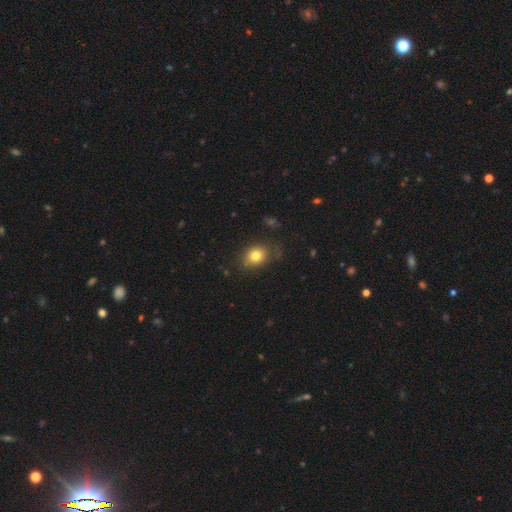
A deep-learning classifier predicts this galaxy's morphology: This is clearly a smooth galaxy (80%). How rounded: possibly in between (51%). Merging: likely none (76%).